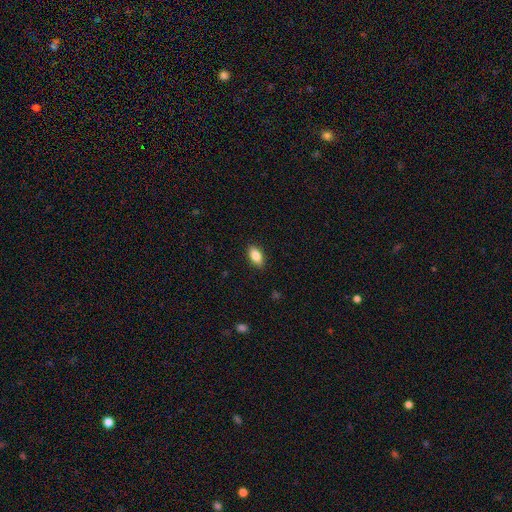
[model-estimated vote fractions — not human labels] smooth 83%, featured or disk 10%, star or artifact 7%. Down the decision tree: how rounded — in between (89%); merging — none (88%).